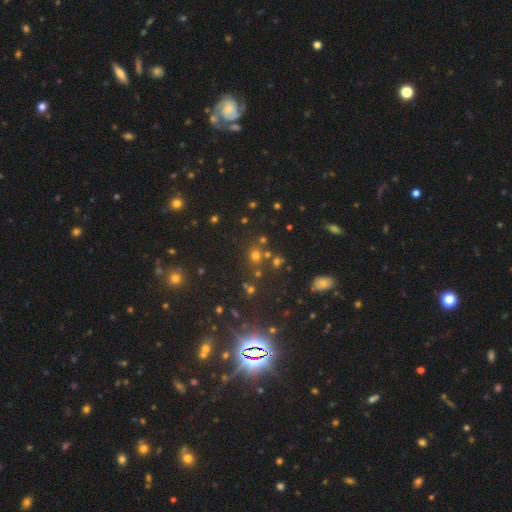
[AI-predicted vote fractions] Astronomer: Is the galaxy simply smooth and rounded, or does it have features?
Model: smooth — 49% (runner-up: star or artifact, 42%).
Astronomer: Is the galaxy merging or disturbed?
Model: none — 73%.